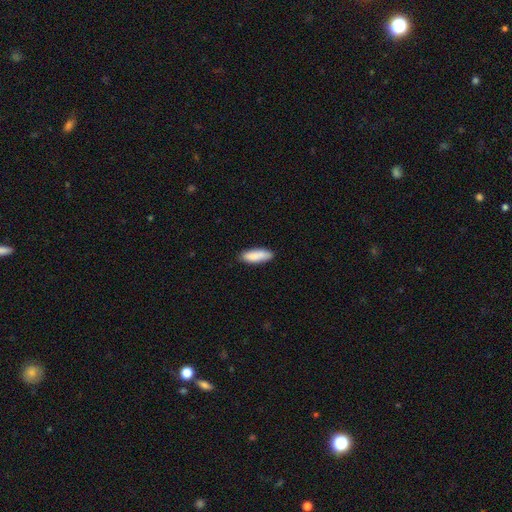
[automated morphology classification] Smooth or featured? Predicted: smooth (p=0.88). How rounded? Predicted: in between (p=0.58). Merging? Predicted: none (p=0.84).